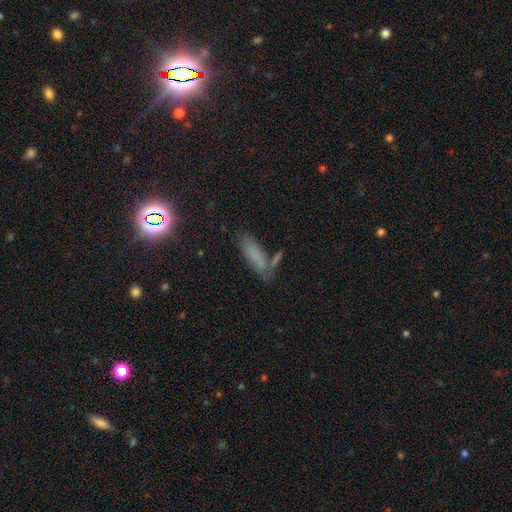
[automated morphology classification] Smooth or featured? Predicted: smooth (p=0.65). How rounded? Predicted: cigar-shaped (p=0.53). Merging? Predicted: none (p=0.61).